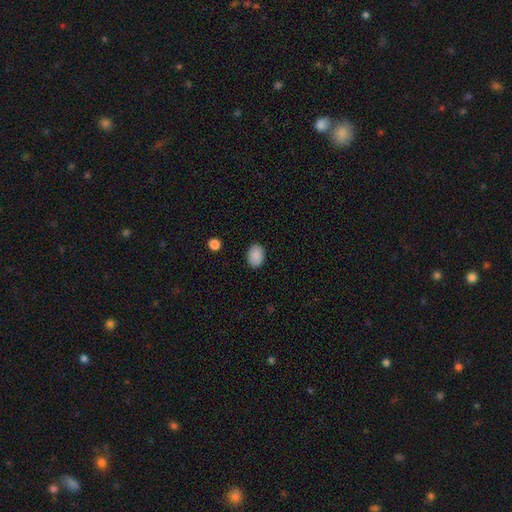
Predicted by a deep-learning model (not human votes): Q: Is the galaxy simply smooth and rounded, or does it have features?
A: smooth — 89%.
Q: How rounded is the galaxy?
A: in between — 78%.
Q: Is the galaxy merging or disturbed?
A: none — 88%.